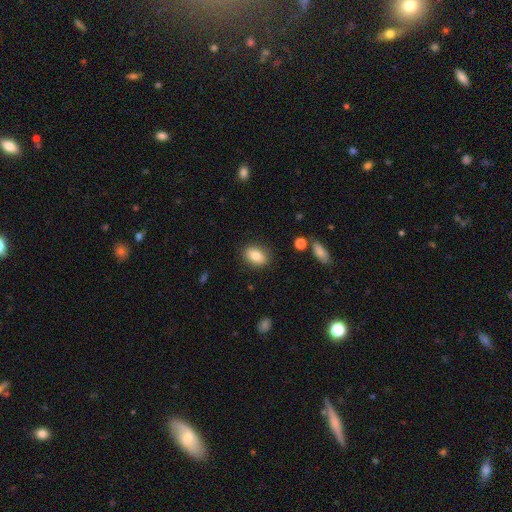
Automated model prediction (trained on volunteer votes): Smooth or featured? smooth (82%)
How rounded? in between (82%)
Merging? none (86%)